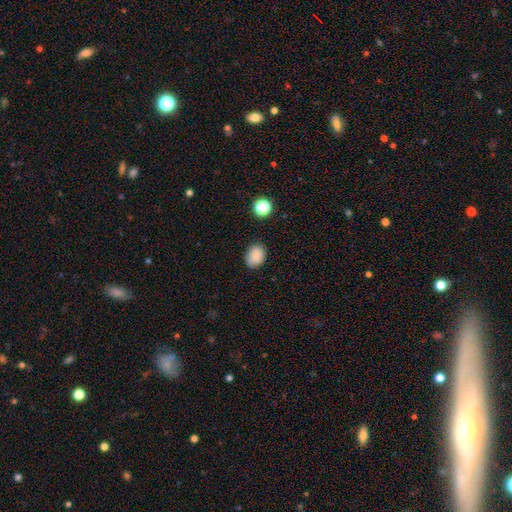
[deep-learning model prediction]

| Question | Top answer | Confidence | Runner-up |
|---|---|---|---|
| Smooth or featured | smooth | 86% | star or artifact (10%) |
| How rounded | in between | 59% | round (40%) |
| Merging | none | 81% | minor disturbance (15%) |